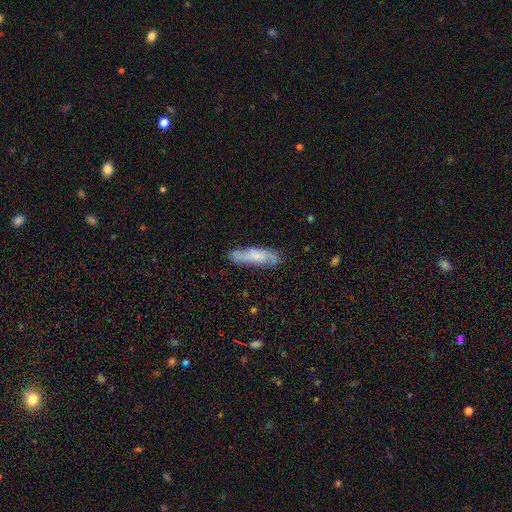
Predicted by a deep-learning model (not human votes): smooth_or_featured: featured or disk (p=0.48) [alt: smooth p=0.45]
merging: none (p=0.70) [alt: minor disturbance p=0.21]